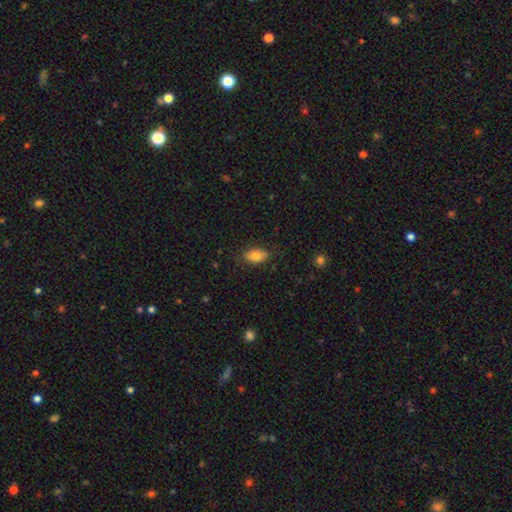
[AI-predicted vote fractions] A smooth galaxy with no disk features (80%) that is in between round and cigar-shaped (90%).

Vote fractions:
- Smooth or featured? smooth: 80% / featured or disk: 12% / star or artifact: 8%
- How rounded? in between: 90% / round: 8% / cigar-shaped: 2%
- Merging? none: 80% / minor disturbance: 15% / major disturbance: 3% / merger: 1%